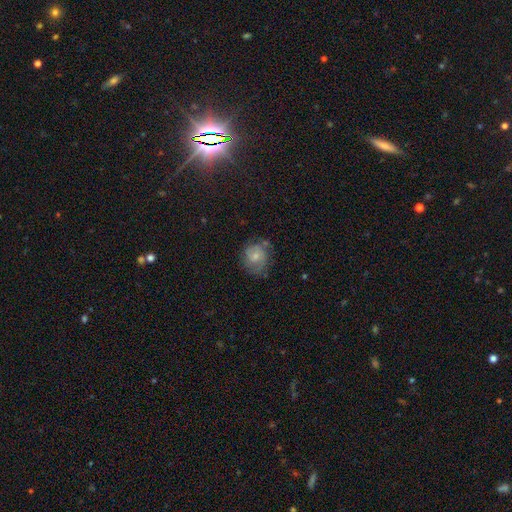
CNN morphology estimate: A smooth galaxy with no disk features (51%) that is round (71%). Merging: none (58%).